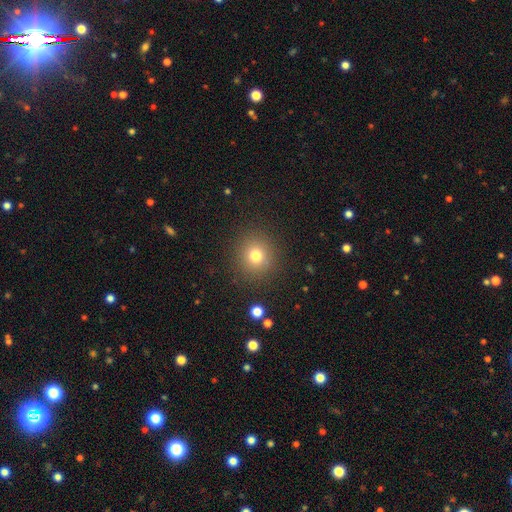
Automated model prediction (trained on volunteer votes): This appears to be a smooth galaxy with no disk features (76%) that is round (91%). Merging: none (89%).